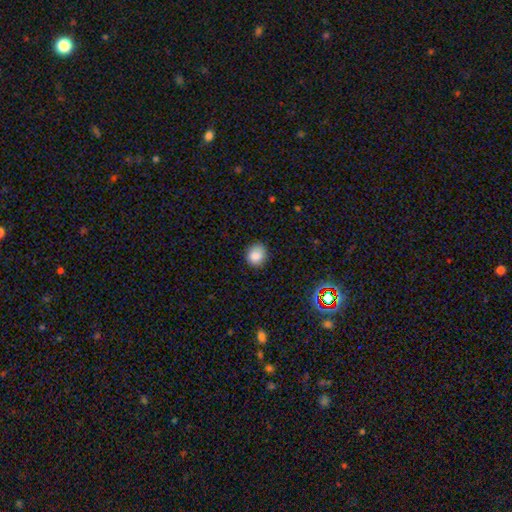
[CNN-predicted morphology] Smooth or featured? smooth (85%)
How rounded? round (75%)
Merging? none (85%)